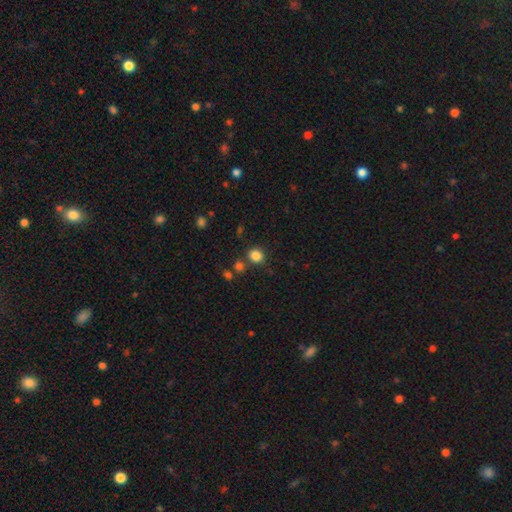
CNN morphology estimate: The model was most divided on "how rounded": round: 82%, in between: 18%, cigar-shaped: 1%. More confident: smooth or featured — smooth (84%); merging — none (80%).